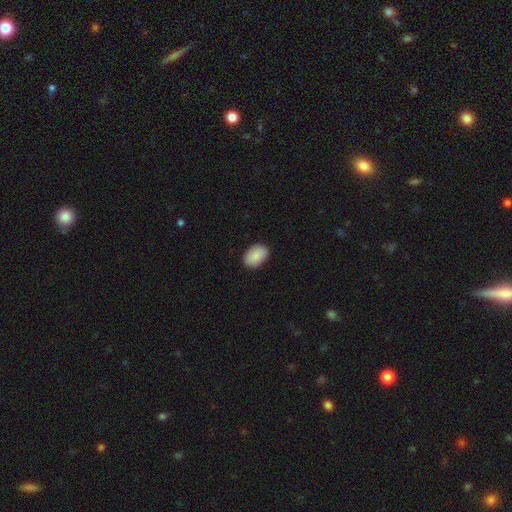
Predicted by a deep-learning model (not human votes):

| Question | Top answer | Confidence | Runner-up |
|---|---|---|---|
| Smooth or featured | smooth | 90% | star or artifact (6%) |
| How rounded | in between | 86% | round (12%) |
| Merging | none | 89% | minor disturbance (8%) |